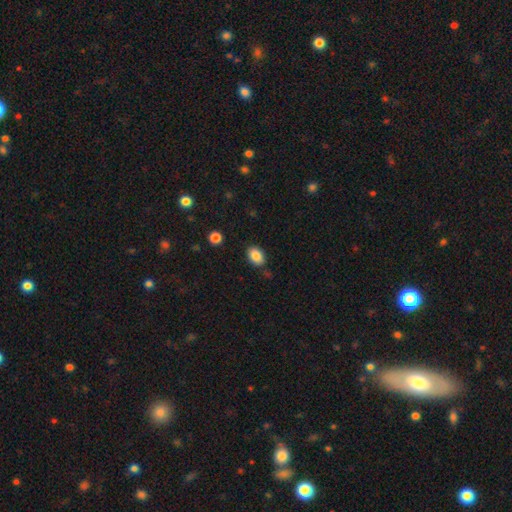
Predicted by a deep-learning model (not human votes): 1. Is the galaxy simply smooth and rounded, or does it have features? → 86% smooth, 8% star or artifact, 5% featured or disk.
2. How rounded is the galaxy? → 83% in between, 16% round, 1% cigar-shaped.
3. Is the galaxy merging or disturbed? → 83% none, 12% minor disturbance, 3% merger, 3% major disturbance.